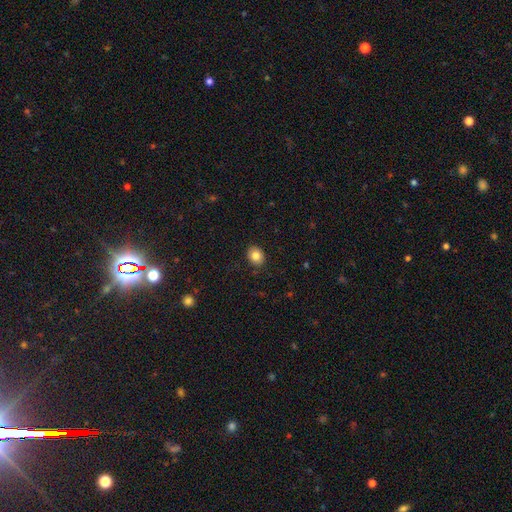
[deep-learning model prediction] Morphology: type=smooth (84%); roundness=round (52%); merging=none (90%).